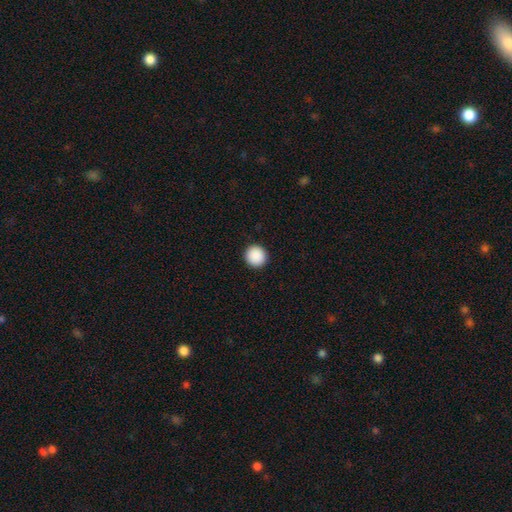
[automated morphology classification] Q: Smooth or featured?
A: smooth (90%); runner-up: star or artifact (8%)
Q: How rounded?
A: round (94%); runner-up: in between (5%)
Q: Merging?
A: none (93%); runner-up: minor disturbance (4%)